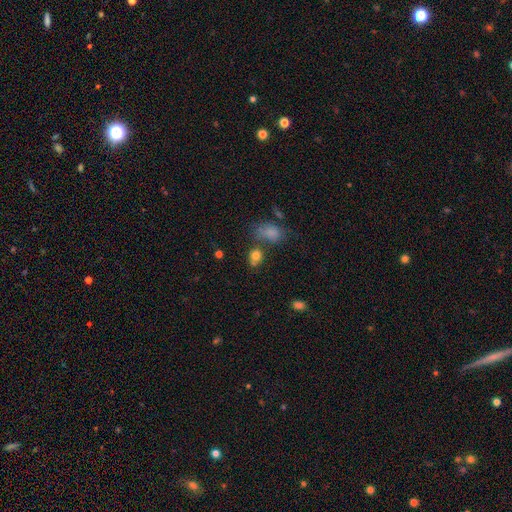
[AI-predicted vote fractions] The model was most divided on "how rounded": round: 59%, in between: 40%, cigar-shaped: 2%. More confident: smooth or featured — smooth (78%); merging — none (60%).